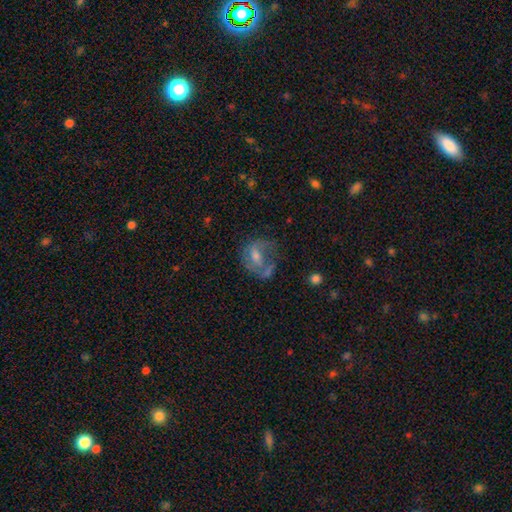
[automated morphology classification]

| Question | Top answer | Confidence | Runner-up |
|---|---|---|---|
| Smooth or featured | featured or disk | 57% | smooth (34%) |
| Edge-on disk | no | 96% | yes (4%) |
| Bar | weak | 44% | no (41%) |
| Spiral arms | yes | 58% | no (42%) |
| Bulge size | moderate | 49% | small (34%) |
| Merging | none | 37% | major disturbance (31%) |